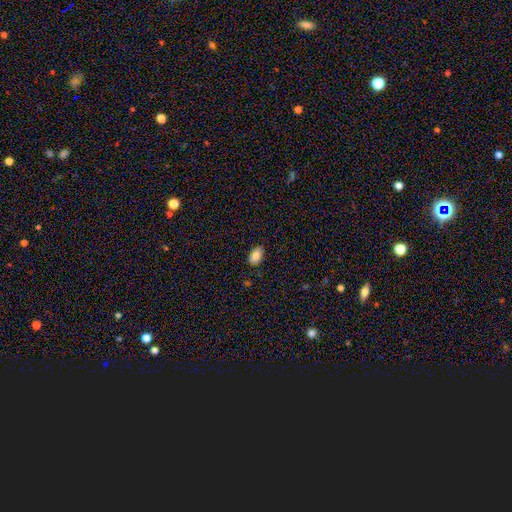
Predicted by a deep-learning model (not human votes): Q: Smooth or featured?
A: smooth (85%); runner-up: star or artifact (8%)
Q: How rounded?
A: in between (91%); runner-up: round (7%)
Q: Merging?
A: none (85%); runner-up: minor disturbance (12%)